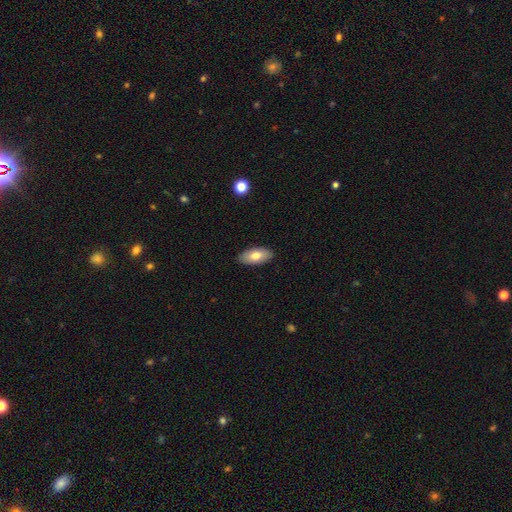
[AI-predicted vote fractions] smooth_or_featured: smooth (p=0.75) [alt: featured or disk p=0.19]
how_rounded: in between (p=0.92) [alt: cigar-shaped p=0.05]
merging: none (p=0.89) [alt: minor disturbance p=0.09]